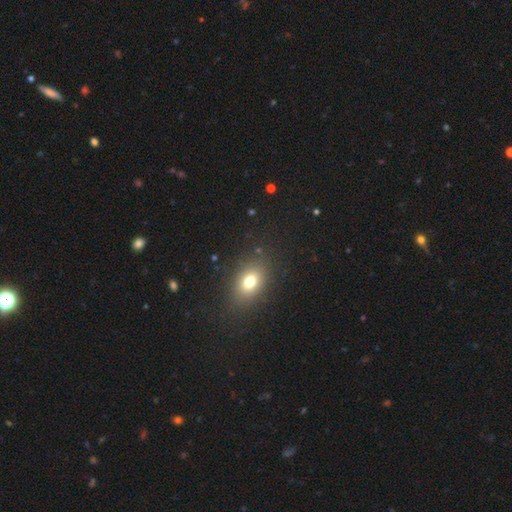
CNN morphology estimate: Smooth or featured? Predicted: smooth (p=0.64). How rounded? Predicted: in between (p=0.70). Merging? Predicted: none (p=0.89).